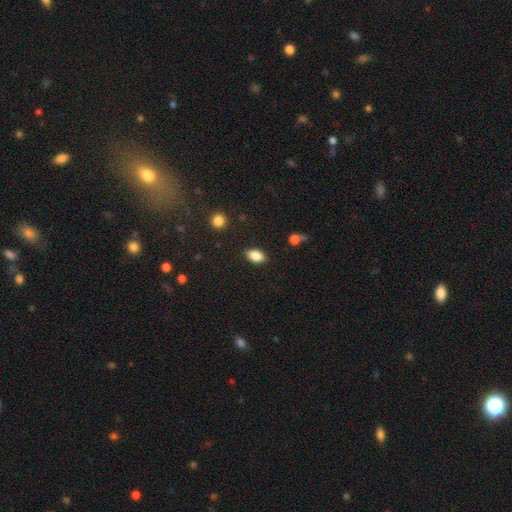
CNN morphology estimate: type=smooth (84%); roundness=in between (89%); merging=none (87%).